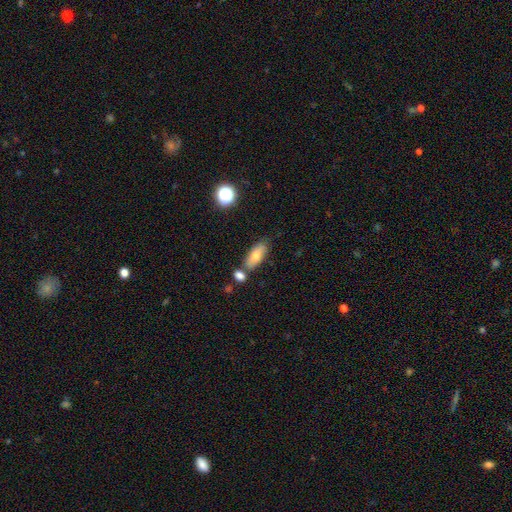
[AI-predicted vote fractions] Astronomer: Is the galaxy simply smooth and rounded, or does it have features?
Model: smooth — 72%.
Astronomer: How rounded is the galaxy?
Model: in between — 78%.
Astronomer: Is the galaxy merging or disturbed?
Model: none — 71%.